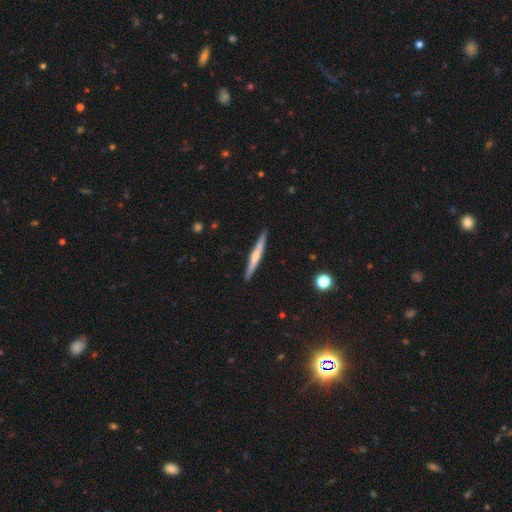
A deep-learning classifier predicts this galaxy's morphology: smooth-or-featured: featured or disk: 55% | smooth: 39% | star or artifact: 6%
  disk-edge-on: yes: 97% | no: 3%
    edge-on-bulge: rounded: 55% | none: 35% | boxy: 10%
  merging: none: 90% | minor disturbance: 7% | major disturbance: 1% | merger: 1%